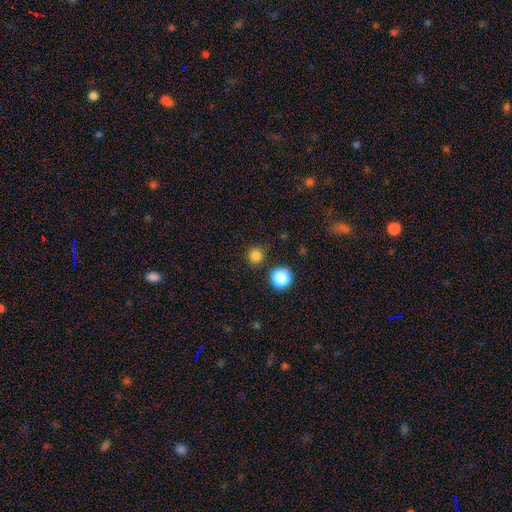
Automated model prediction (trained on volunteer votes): Q: Smooth or featured?
A: smooth (80%); runner-up: star or artifact (16%)
Q: How rounded?
A: round (94%); runner-up: in between (5%)
Q: Merging?
A: none (84%); runner-up: minor disturbance (9%)